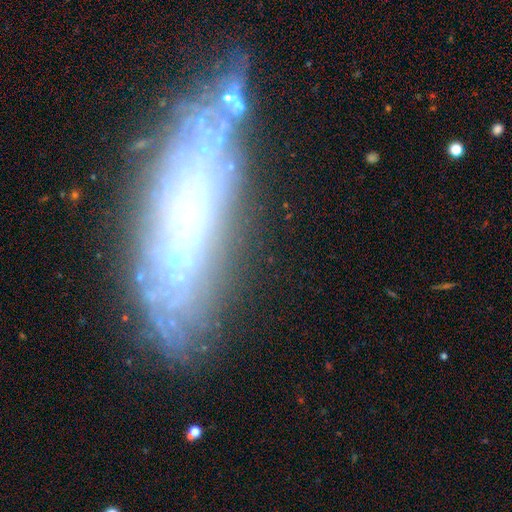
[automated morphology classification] Smooth or featured? featured or disk (66%)
Edge-on disk? no (65%)
Merging? none (72%)